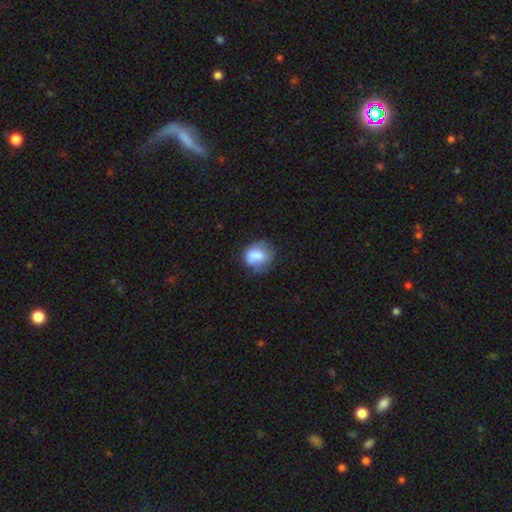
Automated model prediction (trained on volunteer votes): A smooth galaxy with no disk features (71%) that is round (62%).

Vote fractions:
- Smooth or featured? smooth: 71% / featured or disk: 20% / star or artifact: 9%
- How rounded? round: 62% / in between: 37% / cigar-shaped: 1%
- Merging? none: 51% / minor disturbance: 31% / major disturbance: 15% / merger: 4%